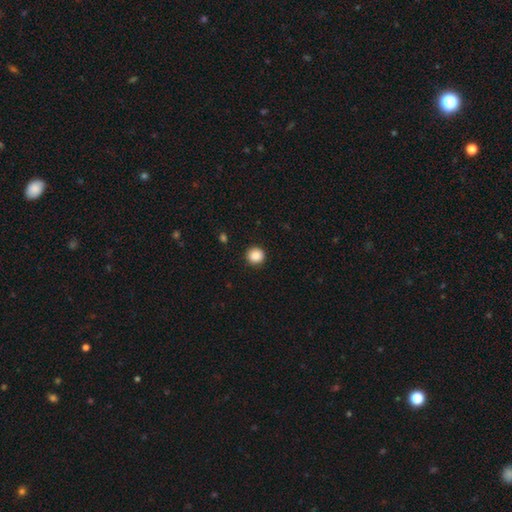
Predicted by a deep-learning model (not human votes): smooth 88%, star or artifact 9%, featured or disk 3%. Down the decision tree: how rounded — round (93%); merging — none (92%).